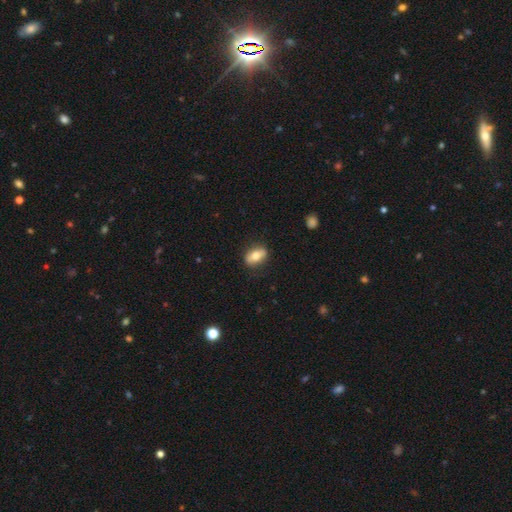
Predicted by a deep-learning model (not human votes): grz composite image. It shows a smooth galaxy with no disk features (68%) that is in between round and cigar-shaped (83%). Merging: none (84%).